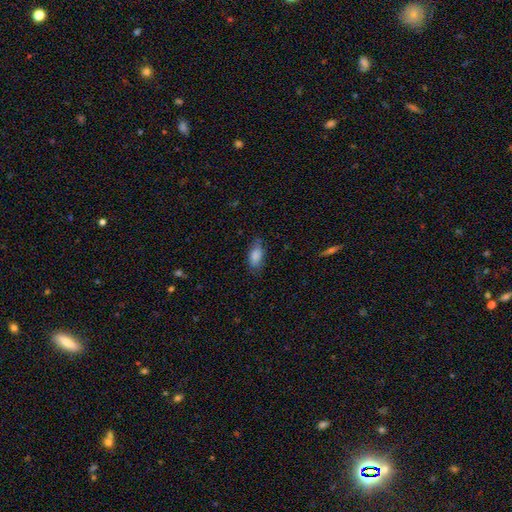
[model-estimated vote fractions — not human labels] smooth 82%, featured or disk 10%, star or artifact 7%. Down the decision tree: how rounded — in between (89%); merging — none (72%).